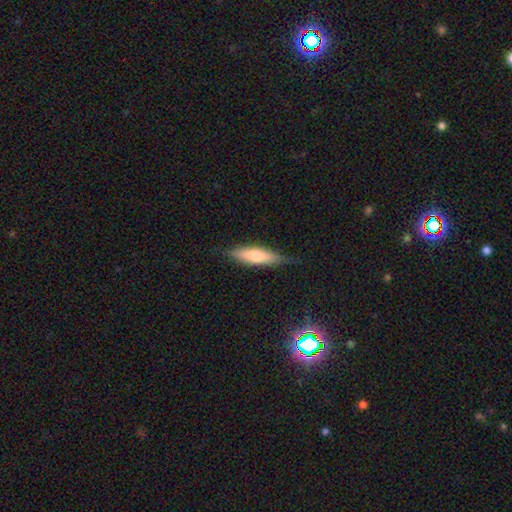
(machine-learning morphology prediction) This is possibly a smooth galaxy (57%). How rounded: likely cigar-shaped (63%). Merging: likely none (77%).